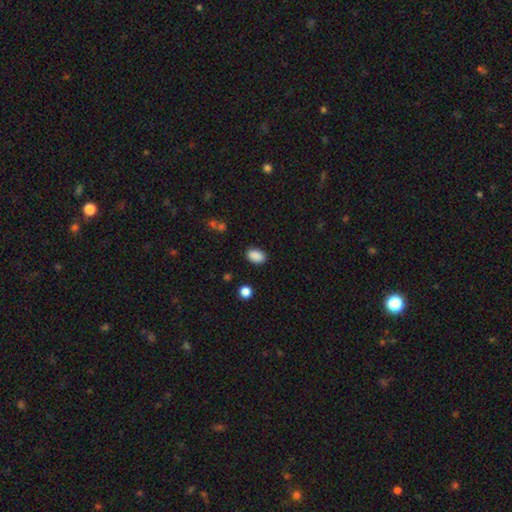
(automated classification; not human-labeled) A smooth galaxy with no disk features (89%) that is in between round and cigar-shaped (87%).

Vote fractions:
- Smooth or featured? smooth: 89% / star or artifact: 8% / featured or disk: 3%
- How rounded? in between: 87% / round: 12% / cigar-shaped: 1%
- Merging? none: 87% / minor disturbance: 9% / major disturbance: 2% / merger: 1%